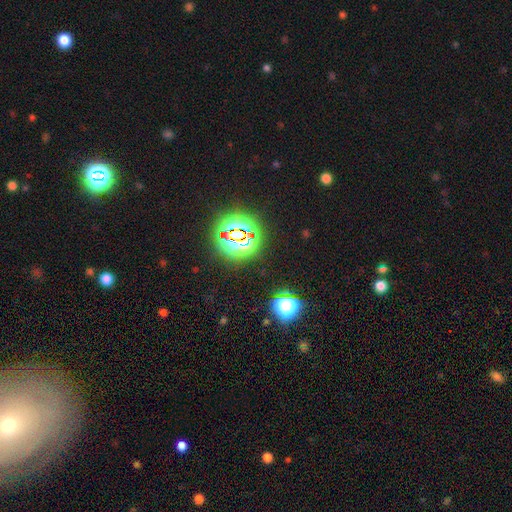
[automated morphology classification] This is clearly a star or artifact rather than a galaxy (80%).